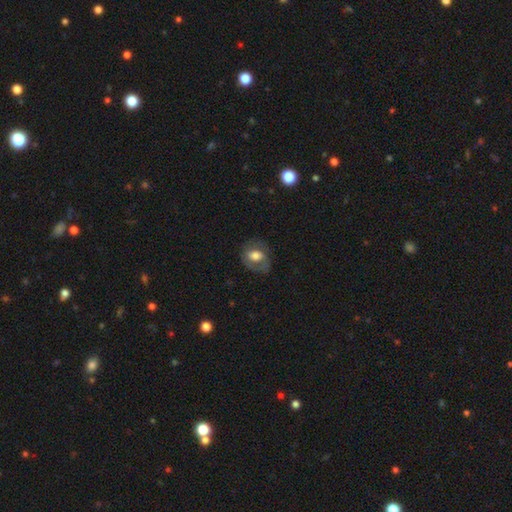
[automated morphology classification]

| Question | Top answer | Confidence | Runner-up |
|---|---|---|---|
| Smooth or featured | smooth | 56% | featured or disk (37%) |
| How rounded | in between | 59% | round (40%) |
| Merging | none | 64% | minor disturbance (21%) |